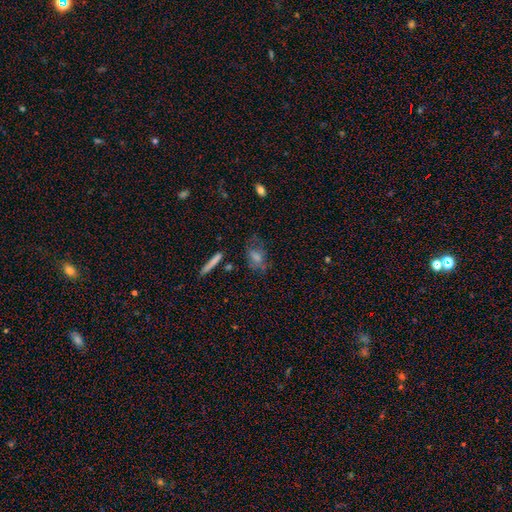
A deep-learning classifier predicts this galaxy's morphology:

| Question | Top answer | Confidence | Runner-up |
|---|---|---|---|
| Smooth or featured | smooth | 49% | featured or disk (37%) |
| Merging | none | 57% | minor disturbance (22%) |